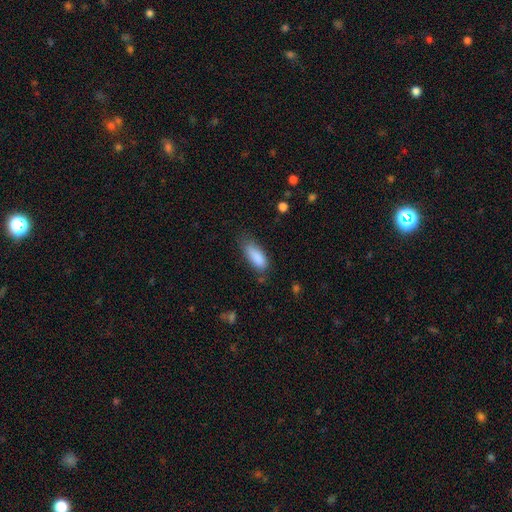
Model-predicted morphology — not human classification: type=smooth (87%); roundness=in between (73%); merging=none (59%).